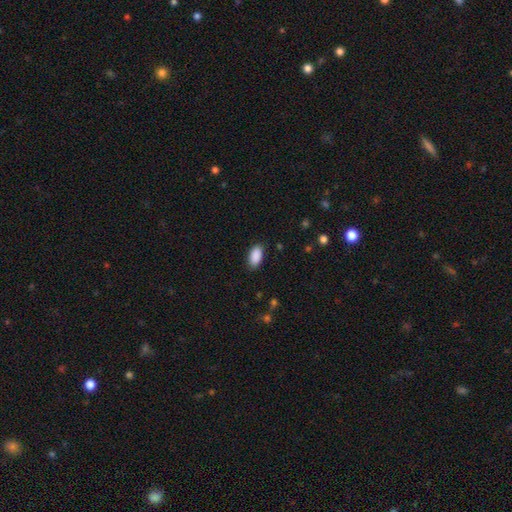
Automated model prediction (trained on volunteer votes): Morphology: type=smooth (90%); roundness=in between (94%); merging=none (86%).